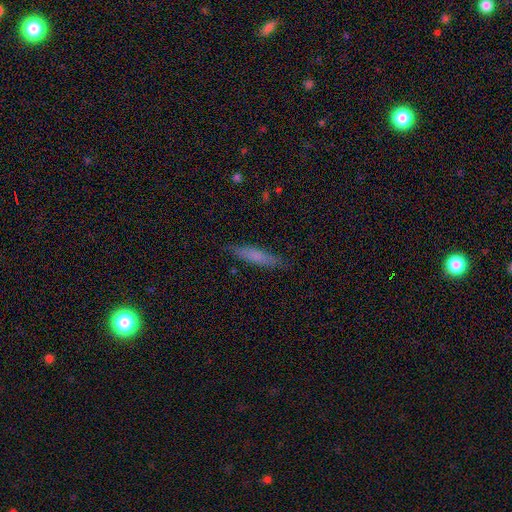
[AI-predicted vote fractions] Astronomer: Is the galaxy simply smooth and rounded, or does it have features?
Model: smooth — 71%.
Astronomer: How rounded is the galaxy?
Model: cigar-shaped — 85%.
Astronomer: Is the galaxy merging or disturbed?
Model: none — 85%.